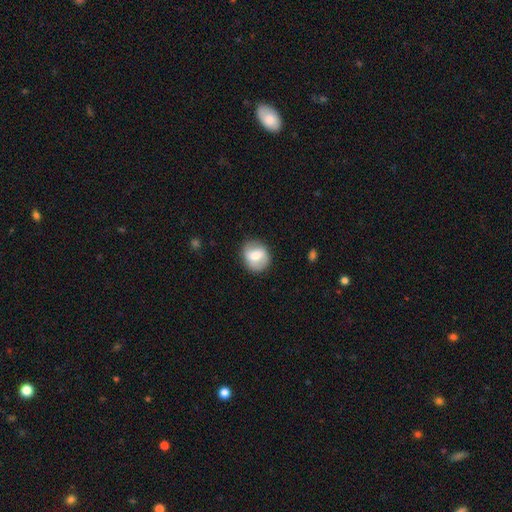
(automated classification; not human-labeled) Morphology: type=smooth (58%); roundness=round (70%); merging=none (81%).